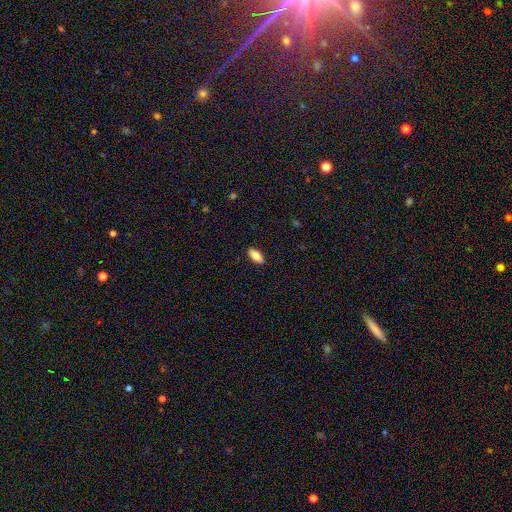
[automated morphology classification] A smooth galaxy with no disk features (83%) that is in between round and cigar-shaped (88%).

Vote fractions:
- Smooth or featured? smooth: 83% / featured or disk: 11% / star or artifact: 7%
- How rounded? in between: 88% / cigar-shaped: 9% / round: 2%
- Merging? none: 90% / minor disturbance: 7% / major disturbance: 2% / merger: 1%